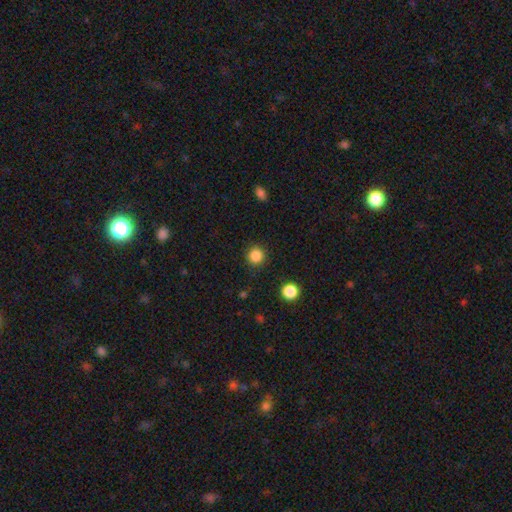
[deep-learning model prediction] This appears to be a smooth galaxy with no disk features (85%) that is round (93%). Merging: none (90%).